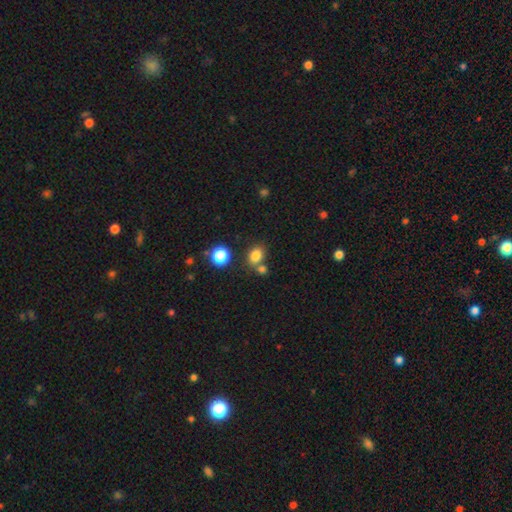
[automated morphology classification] smooth 81%, star or artifact 13%, featured or disk 6%. Down the decision tree: how rounded — in between (55%); merging — none (60%).